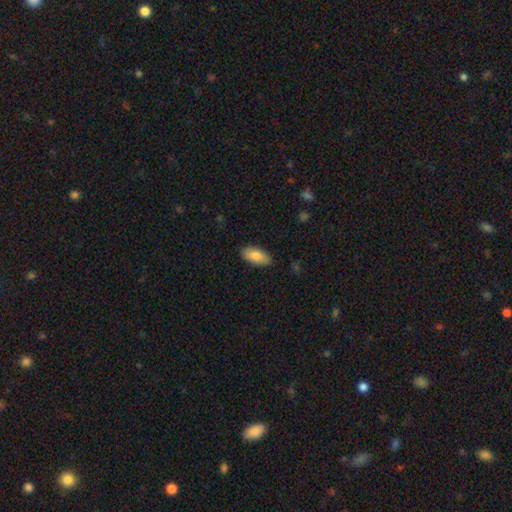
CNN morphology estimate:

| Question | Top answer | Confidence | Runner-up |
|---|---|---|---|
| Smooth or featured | smooth | 82% | featured or disk (12%) |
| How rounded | in between | 92% | cigar-shaped (6%) |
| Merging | none | 85% | minor disturbance (12%) |